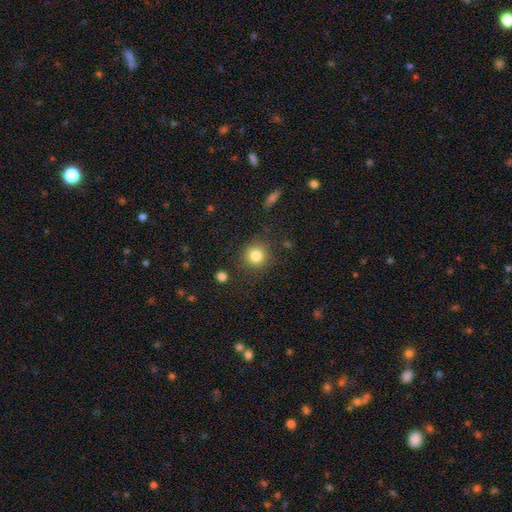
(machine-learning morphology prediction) This appears to be a smooth galaxy with no disk features (82%) that is round (92%). Merging: none (86%).